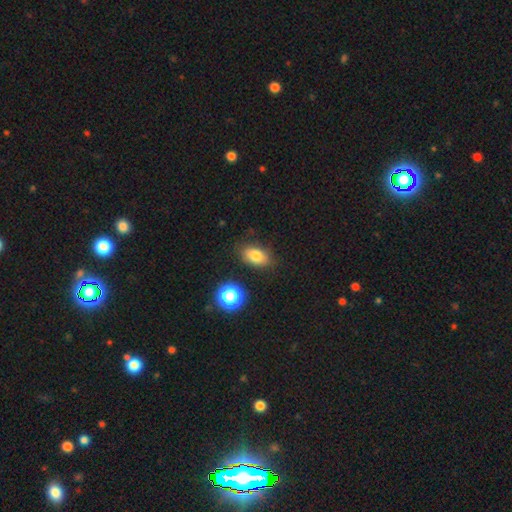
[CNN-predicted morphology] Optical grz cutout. It shows a smooth galaxy with no disk features (79%) that is in between round and cigar-shaped (86%). Merging: none (82%).